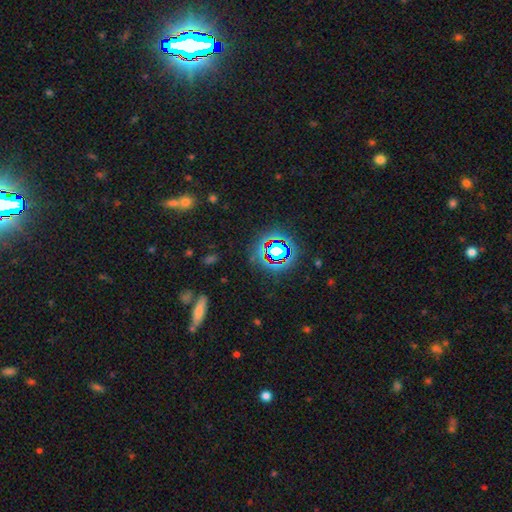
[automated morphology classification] smooth_or_featured: star or artifact (p=0.65) [alt: smooth p=0.22]